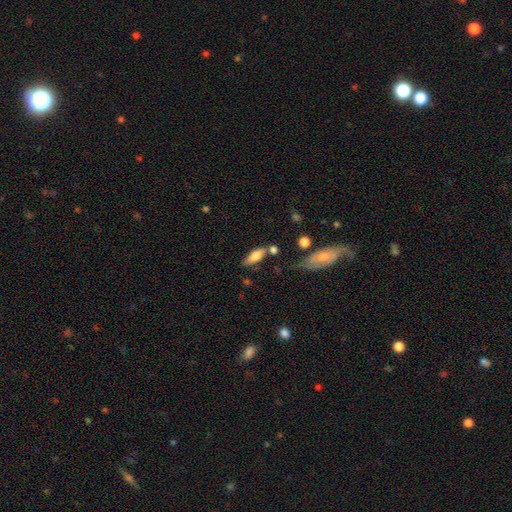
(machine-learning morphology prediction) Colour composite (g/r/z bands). It shows a smooth galaxy with no disk features (67%) that is in between round and cigar-shaped (64%). Merging: none (65%).